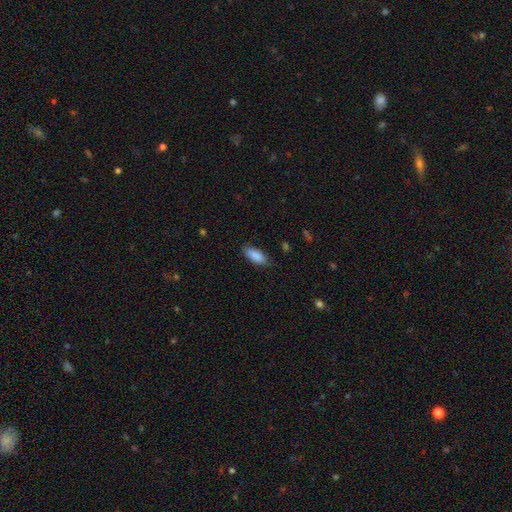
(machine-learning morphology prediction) smooth-or-featured: smooth: 90% | star or artifact: 6% | featured or disk: 4%
  how-rounded: in between: 83% | cigar-shaped: 15% | round: 2%
  merging: none: 83% | minor disturbance: 13% | major disturbance: 3% | merger: 1%